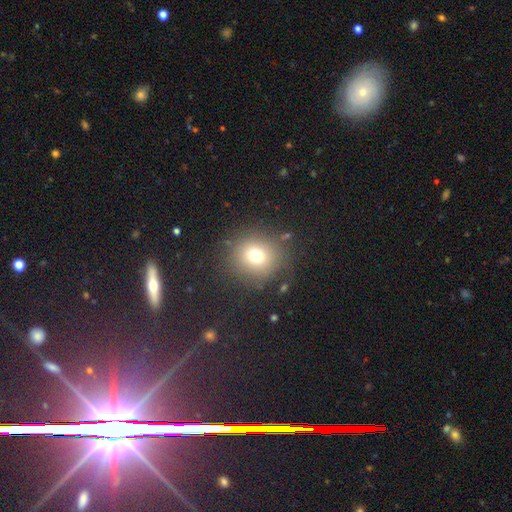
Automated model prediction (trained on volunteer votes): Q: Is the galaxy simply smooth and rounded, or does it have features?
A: smooth — 73%.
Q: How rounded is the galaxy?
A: round — 88%.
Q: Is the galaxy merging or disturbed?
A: none — 82%.